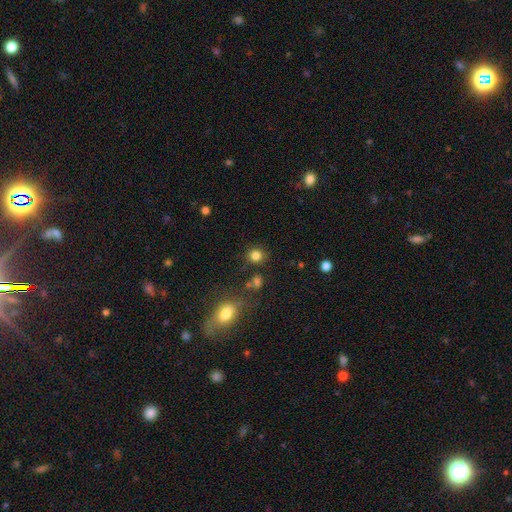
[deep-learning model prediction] smooth_or_featured: smooth (p=0.82) [alt: star or artifact p=0.13]
how_rounded: round (p=0.84) [alt: in between p=0.15]
merging: none (p=0.82) [alt: minor disturbance p=0.09]